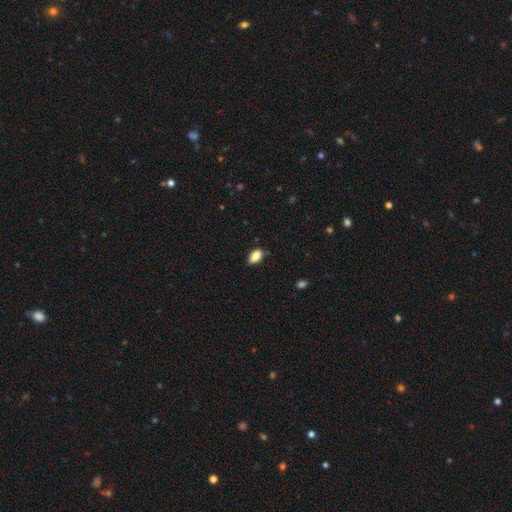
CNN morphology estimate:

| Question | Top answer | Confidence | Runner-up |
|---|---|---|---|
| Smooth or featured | smooth | 86% | star or artifact (8%) |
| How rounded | in between | 91% | round (6%) |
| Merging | none | 77% | minor disturbance (19%) |